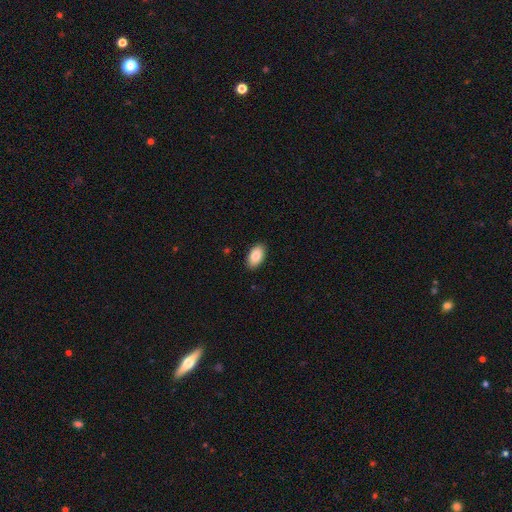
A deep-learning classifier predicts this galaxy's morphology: Smooth or featured? Predicted: smooth (p=0.86). How rounded? Predicted: in between (p=0.94). Merging? Predicted: none (p=0.89).